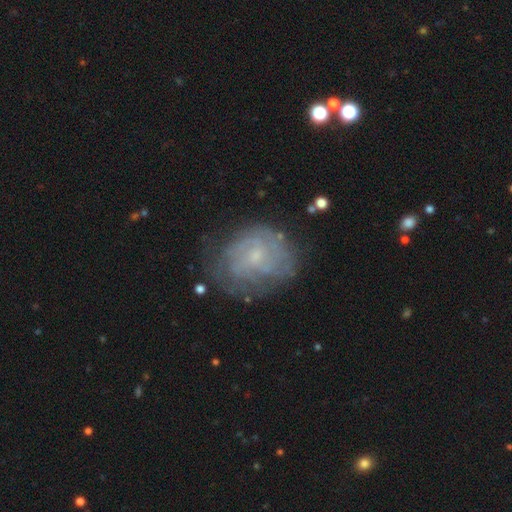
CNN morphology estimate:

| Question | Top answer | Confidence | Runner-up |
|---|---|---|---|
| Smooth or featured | featured or disk | 61% | smooth (28%) |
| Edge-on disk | no | 97% | yes (3%) |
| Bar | no | 71% | weak (26%) |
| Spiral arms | yes | 70% | no (30%) |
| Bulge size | small | 68% | moderate (18%) |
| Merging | none | 63% | minor disturbance (22%) |